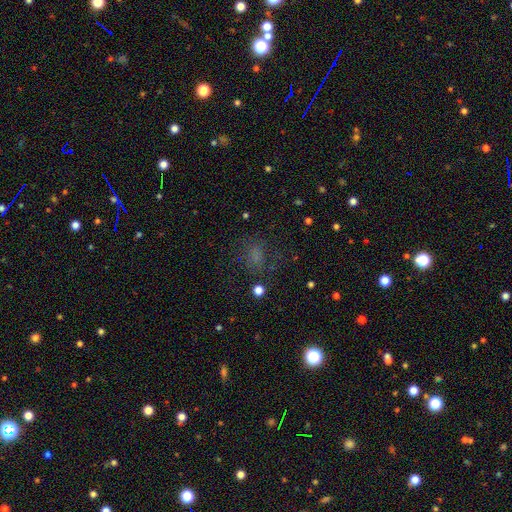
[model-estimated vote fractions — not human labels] smooth_or_featured: smooth (p=0.59) [alt: star or artifact p=0.26]
how_rounded: in between (p=0.55) [alt: round p=0.43]
merging: none (p=0.61) [alt: minor disturbance p=0.19]